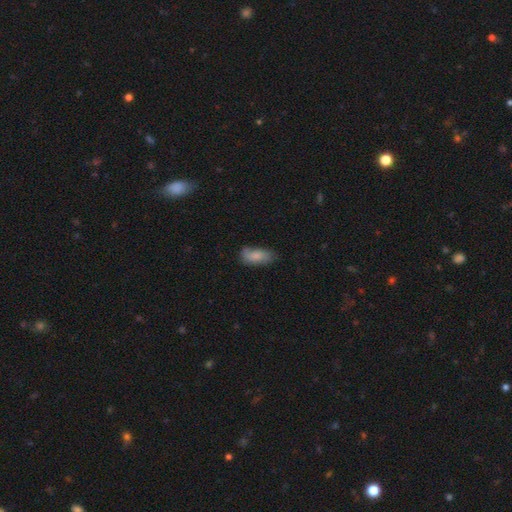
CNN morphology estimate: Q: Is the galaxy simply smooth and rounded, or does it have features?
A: smooth — 78%.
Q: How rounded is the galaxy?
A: in between — 88%.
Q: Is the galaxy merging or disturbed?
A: none — 61%.